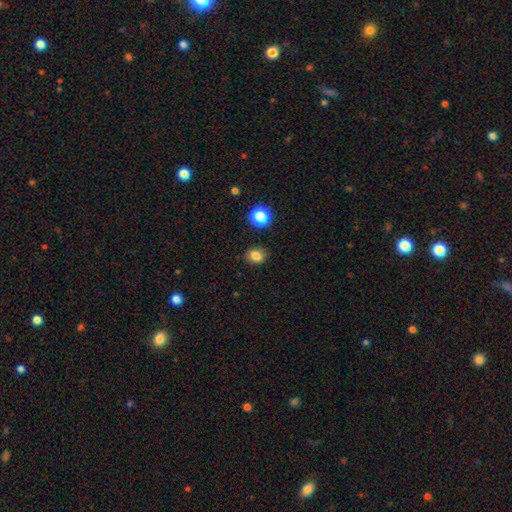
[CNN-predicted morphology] Smooth or featured: smooth — 82% (star or artifact — 13%)
How rounded: round — 56% (in between — 43%)
Merging: none — 85% (minor disturbance — 10%)